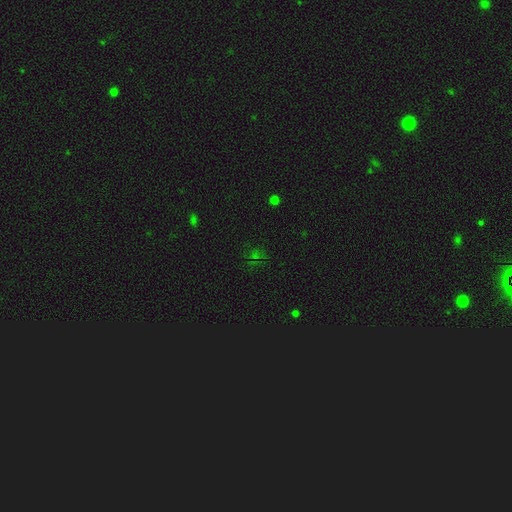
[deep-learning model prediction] Overall: star or artifact (62%; smooth 27%).